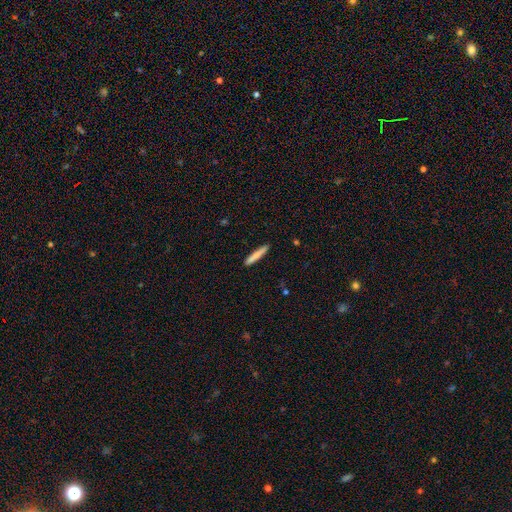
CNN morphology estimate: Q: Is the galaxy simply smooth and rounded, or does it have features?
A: smooth — 78%.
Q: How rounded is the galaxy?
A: cigar-shaped — 95%.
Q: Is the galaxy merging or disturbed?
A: none — 91%.